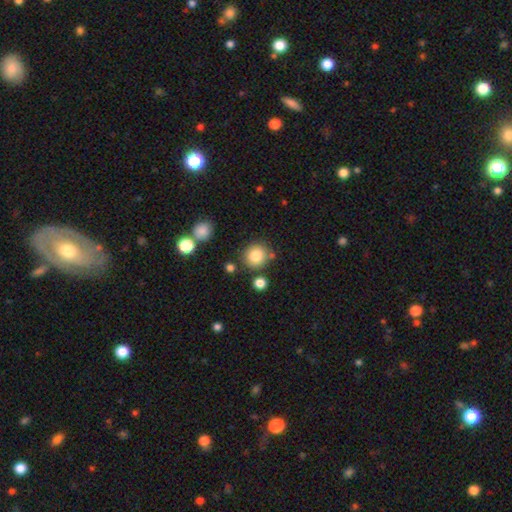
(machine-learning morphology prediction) This appears to be a smooth galaxy with no disk features (82%) that is round (89%). Merging: none (79%).